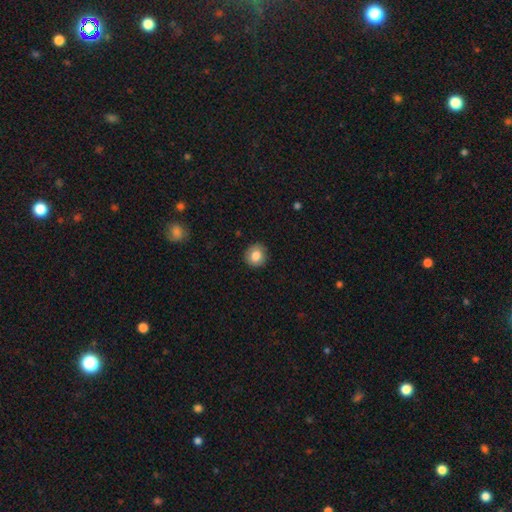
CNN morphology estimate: smooth-or-featured: smooth: 82% | featured or disk: 9% | star or artifact: 9%
  how-rounded: round: 91% | in between: 8% | cigar-shaped: 1%
  merging: none: 90% | minor disturbance: 7% | major disturbance: 2% | merger: 1%